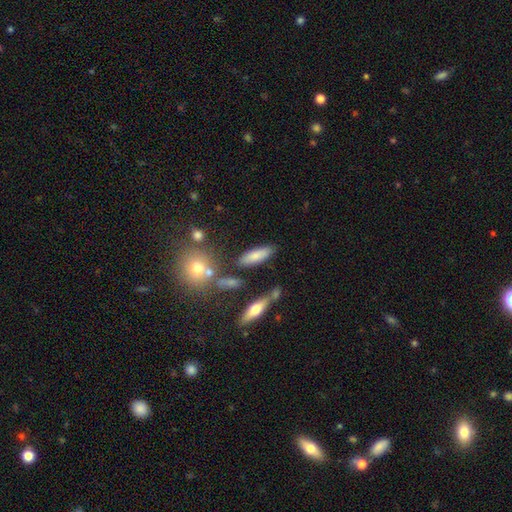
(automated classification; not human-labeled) Smooth or featured: smooth — 77% (featured or disk — 15%)
How rounded: in between — 56% (cigar-shaped — 41%)
Merging: none — 76% (minor disturbance — 13%)